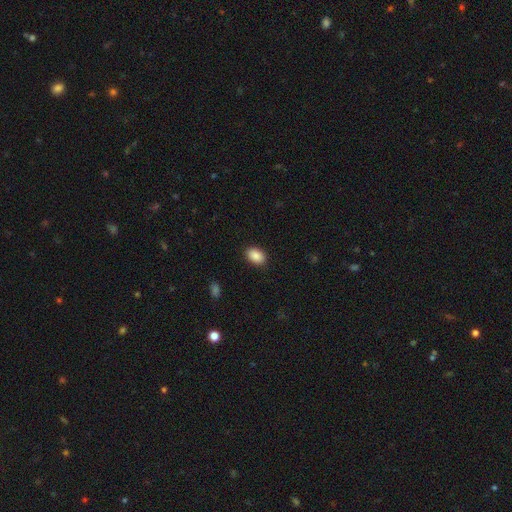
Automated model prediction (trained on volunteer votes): This appears to be a smooth galaxy with no disk features (89%) that is in between round and cigar-shaped (86%). Merging: none (89%).